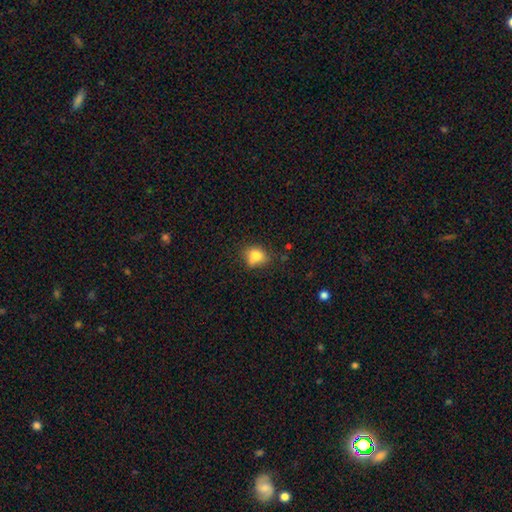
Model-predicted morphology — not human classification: This appears to be a smooth galaxy with no disk features (80%) that is round (54%). Merging: none (55%).